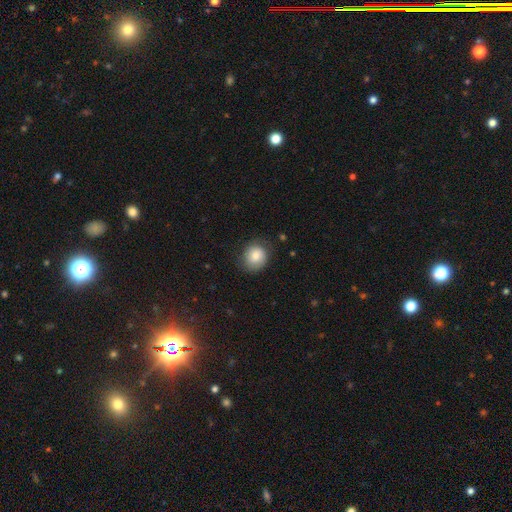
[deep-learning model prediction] Smooth or featured?
  - smooth: 81% *
  - featured or disk: 11%
  - star or artifact: 8%
How rounded?
  - round: 72% *
  - in between: 27%
  - cigar-shaped: 1%
Merging?
  - none: 75% *
  - minor disturbance: 19%
  - major disturbance: 5%
  - merger: 1%